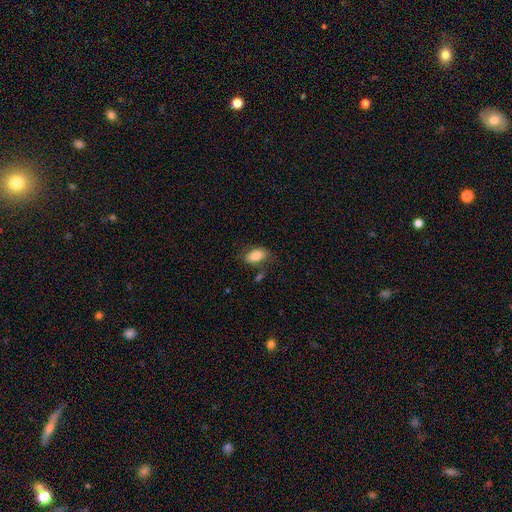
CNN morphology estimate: Smooth or featured? smooth (81%)
How rounded? in between (91%)
Merging? none (70%)